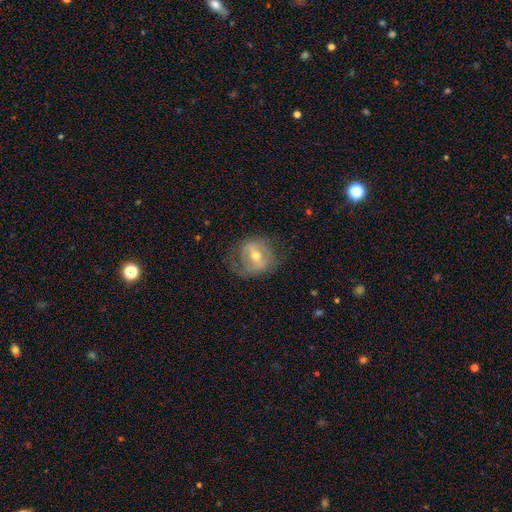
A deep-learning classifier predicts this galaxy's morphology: smooth_or_featured: featured or disk (p=0.65) [alt: smooth p=0.27]
disk_edge_on: no (p=0.94) [alt: yes p=0.06]
bar: weak (p=0.40) [alt: strong p=0.38]
has_spiral_arms: yes (p=0.51) [alt: no p=0.49]
bulge_size: moderate (p=0.66) [alt: small p=0.28]
merging: none (p=0.63) [alt: minor disturbance p=0.21]